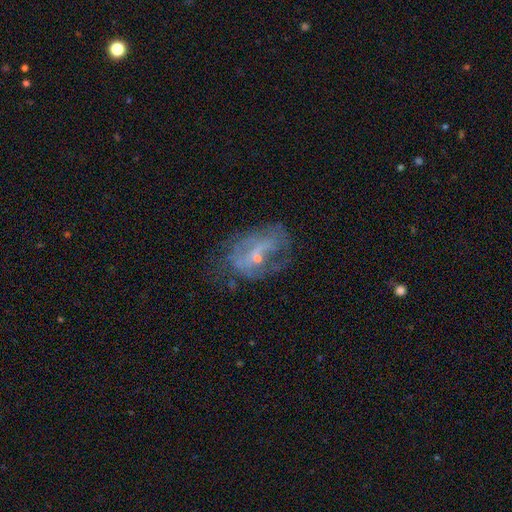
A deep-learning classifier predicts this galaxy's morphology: A featured or disk galaxy (68%) with no bar (52%), spiral arms (50%, tied with no) and a small central bulge (71%). Merging: none (44%).